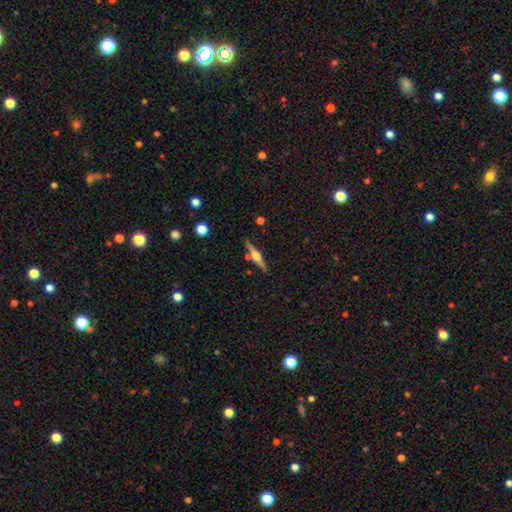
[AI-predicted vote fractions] This is likely a featured or disk galaxy (71%). It is clearly viewed edge-on (97%). Edge-on bulge: clearly rounded (90%). Merging: clearly none (83%).